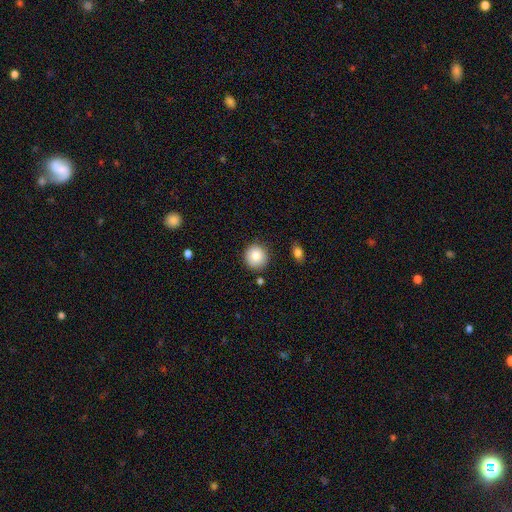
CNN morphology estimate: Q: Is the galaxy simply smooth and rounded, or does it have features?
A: smooth — 84%.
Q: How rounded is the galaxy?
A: round — 92%.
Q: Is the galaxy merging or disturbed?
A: none — 87%.